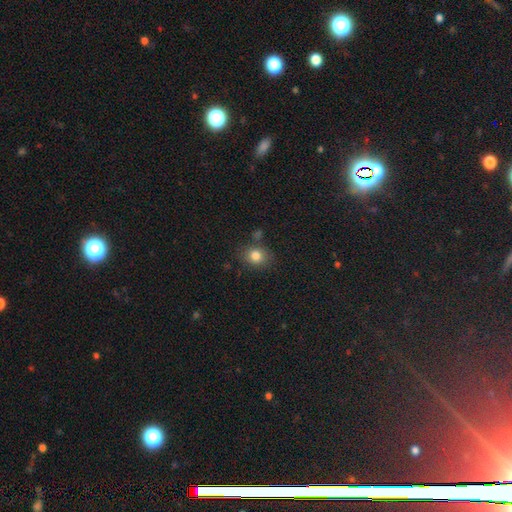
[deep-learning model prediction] This is clearly a smooth galaxy (82%). How rounded: possibly round (56%). Merging: likely none (76%).